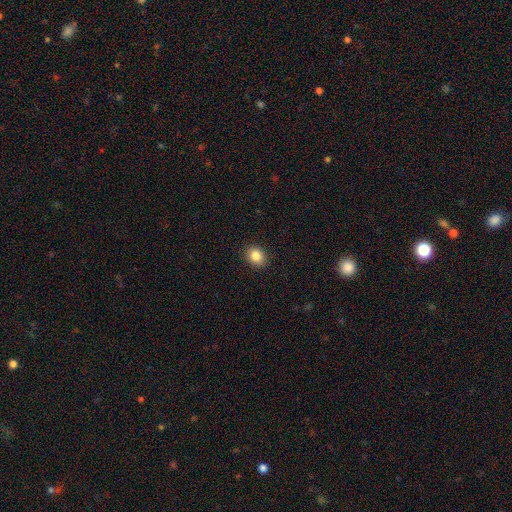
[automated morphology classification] Overall: smooth (85%). How rounded: round (52%; in between 47%). Merging: none (90%).